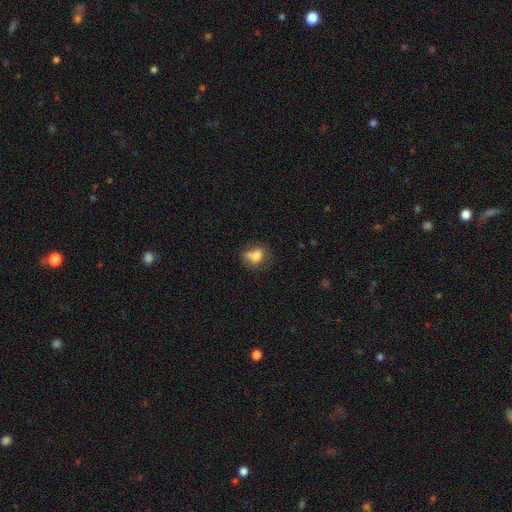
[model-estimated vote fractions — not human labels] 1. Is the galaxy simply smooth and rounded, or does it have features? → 70% smooth, 19% featured or disk, 11% star or artifact.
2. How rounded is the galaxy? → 57% in between, 41% round, 2% cigar-shaped.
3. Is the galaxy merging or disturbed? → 36% merger, 35% none, 18% minor disturbance, 11% major disturbance.